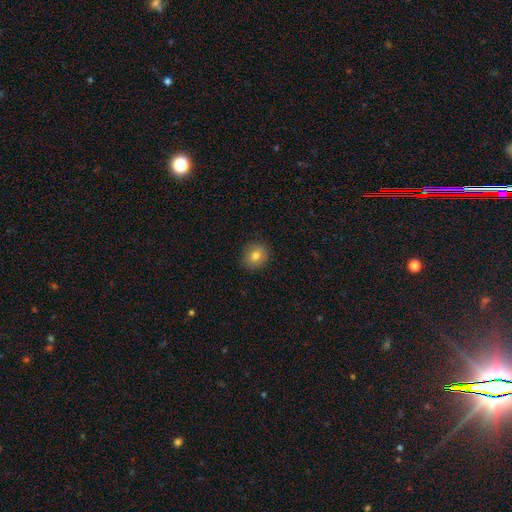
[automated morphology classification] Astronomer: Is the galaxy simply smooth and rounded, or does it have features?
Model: smooth — 78%.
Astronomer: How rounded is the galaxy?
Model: round — 84%.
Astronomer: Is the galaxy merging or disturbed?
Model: none — 89%.